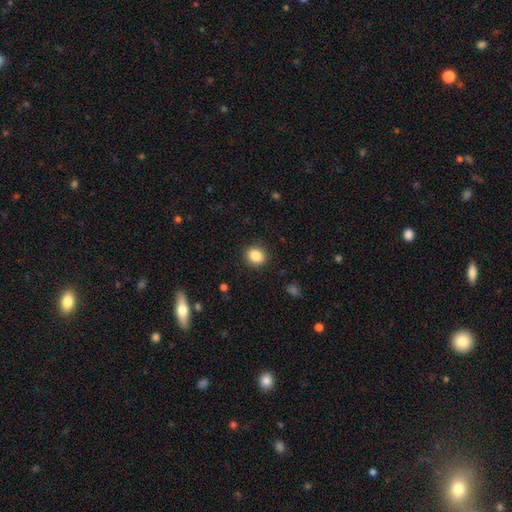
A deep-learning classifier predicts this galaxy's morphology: Smooth or featured?
  - smooth: 86% *
  - star or artifact: 9%
  - featured or disk: 5%
How rounded?
  - round: 68% *
  - in between: 31%
  - cigar-shaped: 1%
Merging?
  - none: 90% *
  - minor disturbance: 7%
  - major disturbance: 2%
  - merger: 1%